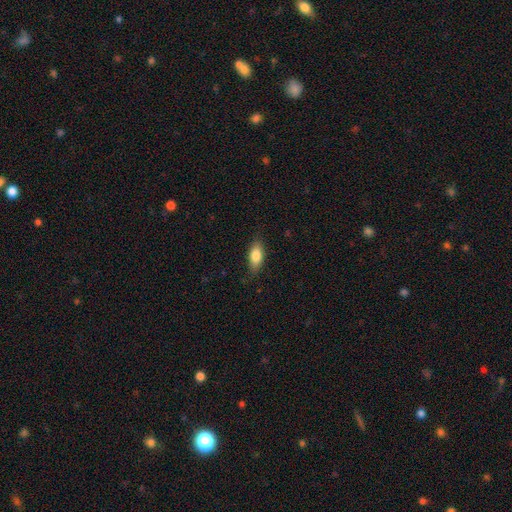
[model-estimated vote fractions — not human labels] smooth_or_featured: smooth (p=0.82) [alt: featured or disk p=0.11]
how_rounded: in between (p=0.83) [alt: cigar-shaped p=0.14]
merging: none (p=0.82) [alt: minor disturbance p=0.14]